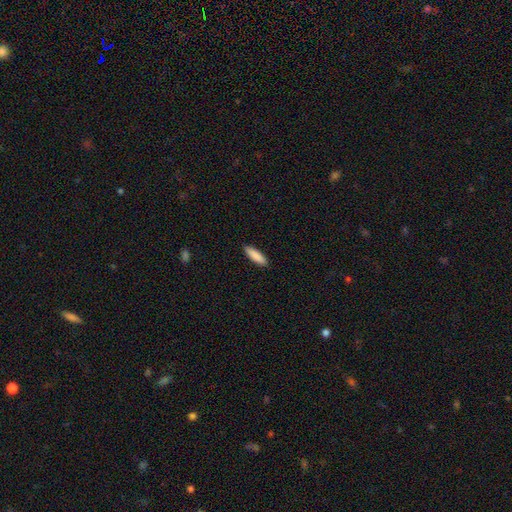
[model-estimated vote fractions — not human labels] Overall: smooth (89%). How rounded: cigar-shaped (60%; in between 39%). Merging: none (90%).